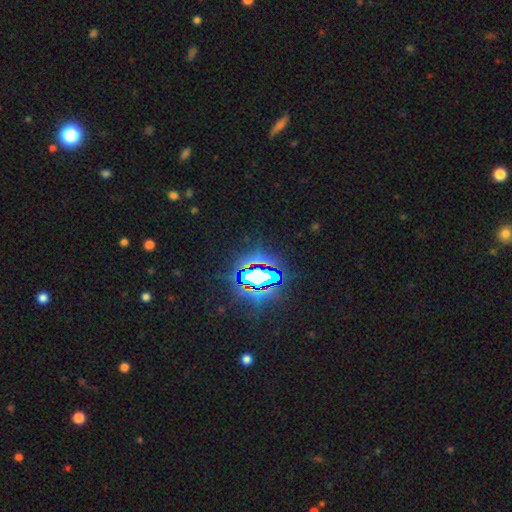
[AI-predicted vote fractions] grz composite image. It shows a star or artifact, not a galaxy (84%).